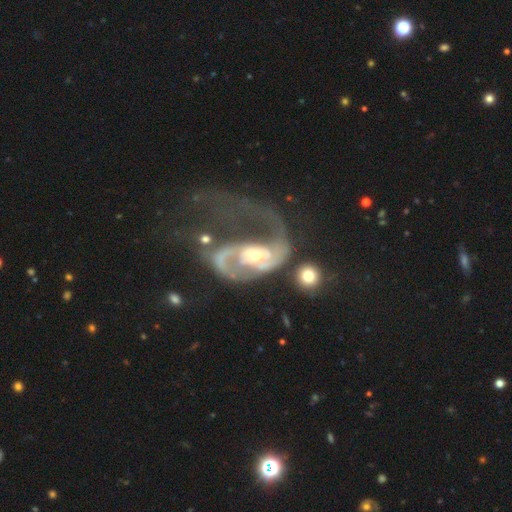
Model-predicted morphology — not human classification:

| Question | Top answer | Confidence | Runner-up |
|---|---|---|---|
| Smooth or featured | featured or disk | 85% | smooth (10%) |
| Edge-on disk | no | 97% | yes (3%) |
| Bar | no | 57% | weak (31%) |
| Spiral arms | yes | 87% | no (13%) |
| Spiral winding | loose | 43% | medium (38%) |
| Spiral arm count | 2 | 48% | 1 (34%) |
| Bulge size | moderate | 49% | small (45%) |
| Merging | major disturbance | 51% | merger (26%) |